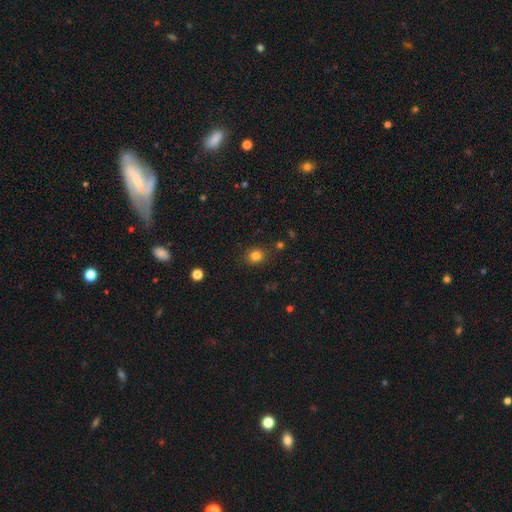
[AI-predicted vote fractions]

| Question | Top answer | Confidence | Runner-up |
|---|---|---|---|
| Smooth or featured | smooth | 82% | star or artifact (13%) |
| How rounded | round | 68% | in between (31%) |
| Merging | none | 86% | minor disturbance (9%) |